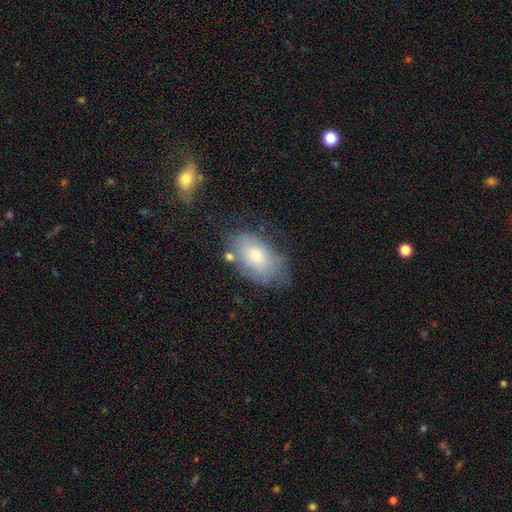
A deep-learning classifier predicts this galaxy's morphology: smooth-or-featured: smooth: 67% | featured or disk: 25% | star or artifact: 8%
  how-rounded: in between: 91% | round: 7% | cigar-shaped: 2%
  merging: none: 62% | minor disturbance: 24% | major disturbance: 8% | merger: 5%